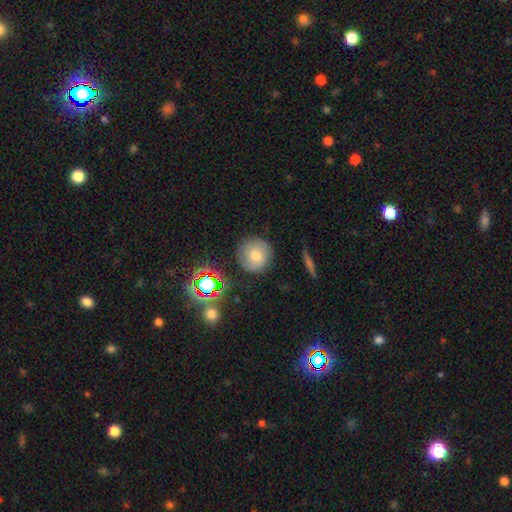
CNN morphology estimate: type=smooth (56%); roundness=round (93%); merging=none (82%).